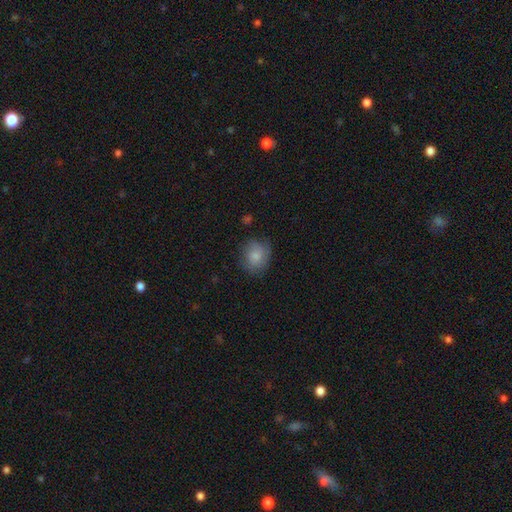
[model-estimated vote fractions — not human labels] smooth 78%, featured or disk 15%, star or artifact 7%. Down the decision tree: how rounded — round (72%); merging — none (71%).